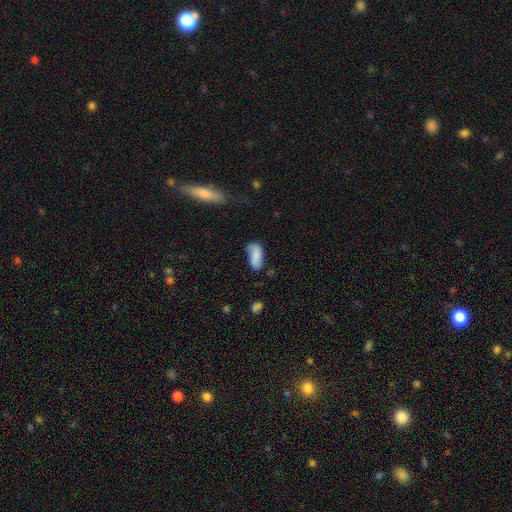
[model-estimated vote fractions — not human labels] A smooth galaxy with no disk features (76%) that is in between round and cigar-shaped (87%).

Vote fractions:
- Smooth or featured? smooth: 76% / featured or disk: 16% / star or artifact: 8%
- How rounded? in between: 87% / cigar-shaped: 10% / round: 3%
- Merging? none: 52% / minor disturbance: 31% / major disturbance: 12% / merger: 5%